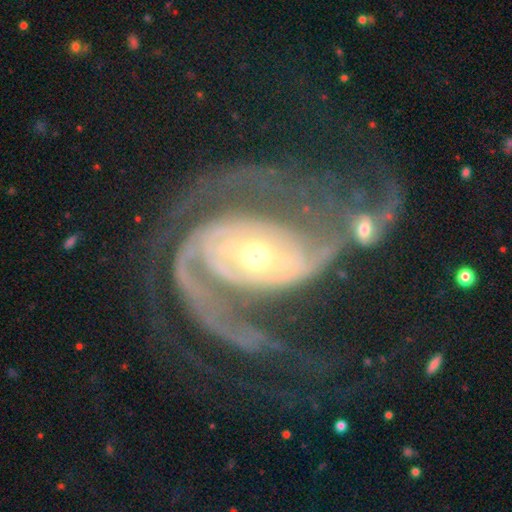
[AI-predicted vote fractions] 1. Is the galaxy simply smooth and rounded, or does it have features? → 90% featured or disk, 5% star or artifact, 4% smooth.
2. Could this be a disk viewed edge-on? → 97% no, 3% yes.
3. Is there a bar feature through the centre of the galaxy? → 37% weak, 32% strong, 31% no.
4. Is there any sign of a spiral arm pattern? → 97% yes, 3% no.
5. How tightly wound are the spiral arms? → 44% medium, 39% tight, 17% loose.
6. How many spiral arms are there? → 59% 2, 13% can't tell, 13% 3, 7% 1, 5% 4, 4% more than 4.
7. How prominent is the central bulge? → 53% small, 41% moderate, 4% large, 1% none, 1% dominant.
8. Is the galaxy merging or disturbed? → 40% major disturbance, 31% none, 15% minor disturbance, 14% merger.